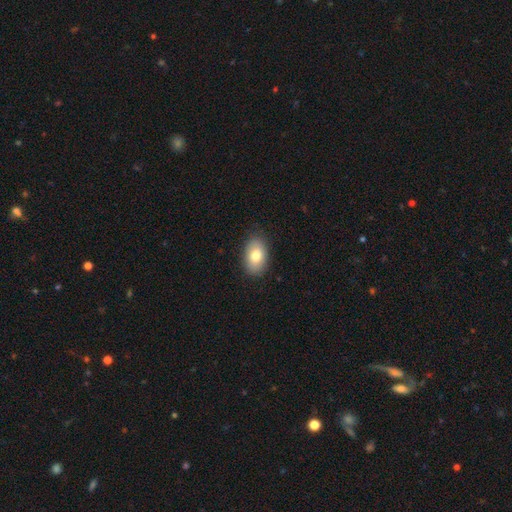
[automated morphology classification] Smooth or featured?
  - smooth: 80% *
  - featured or disk: 13%
  - star or artifact: 7%
How rounded?
  - in between: 89% *
  - round: 10%
  - cigar-shaped: 1%
Merging?
  - none: 86% *
  - minor disturbance: 10%
  - major disturbance: 2%
  - merger: 1%